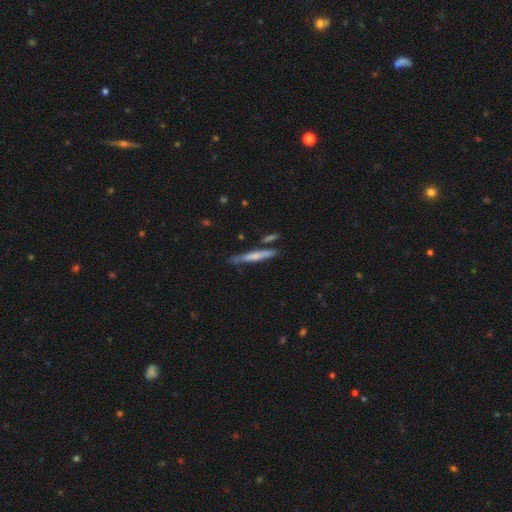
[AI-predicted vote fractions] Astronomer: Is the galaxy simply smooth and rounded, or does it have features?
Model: smooth — 51% (runner-up: featured or disk, 42%).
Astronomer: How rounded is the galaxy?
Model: cigar-shaped — 93%.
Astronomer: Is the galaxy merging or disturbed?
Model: none — 75%.